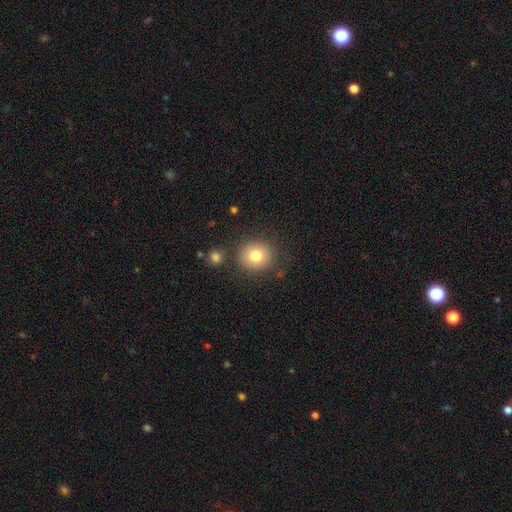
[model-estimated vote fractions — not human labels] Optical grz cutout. It shows a smooth galaxy with no disk features (79%) that is round (86%). Merging: none (82%).